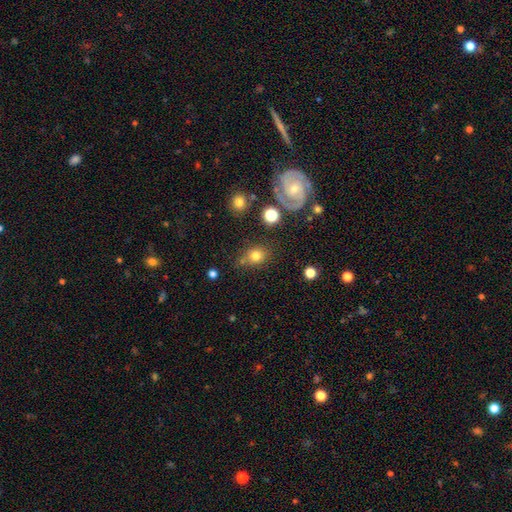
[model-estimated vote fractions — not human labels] smooth 73%, star or artifact 13%, featured or disk 13%. Down the decision tree: how rounded — round (61%); merging — none (67%).